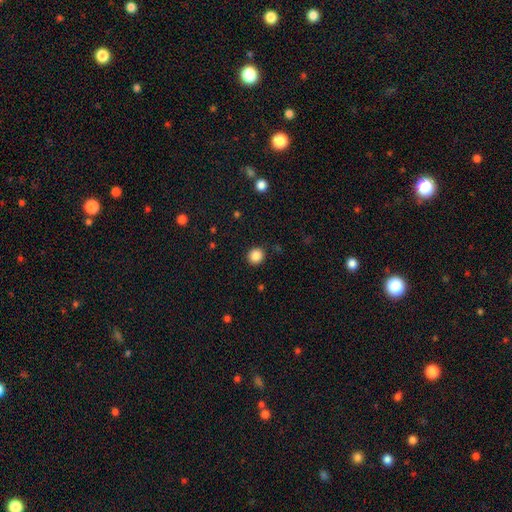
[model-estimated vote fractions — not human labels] The model was most divided on "smooth or featured": smooth: 86%, star or artifact: 10%, featured or disk: 3%. More confident: merging — none (91%); how rounded — round (88%).